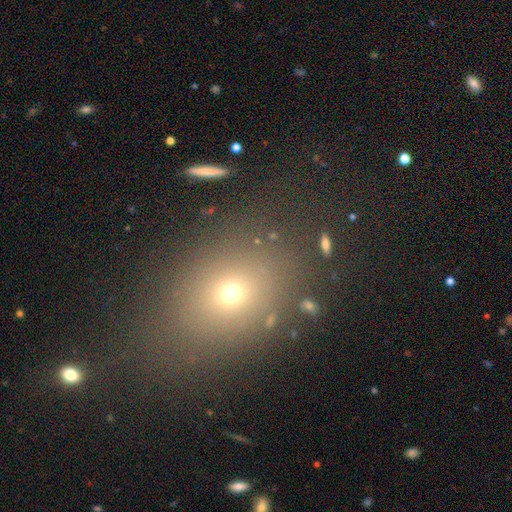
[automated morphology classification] smooth 60%, star or artifact 27%, featured or disk 13%. Down the decision tree: how rounded — in between (57%); merging — none (80%).